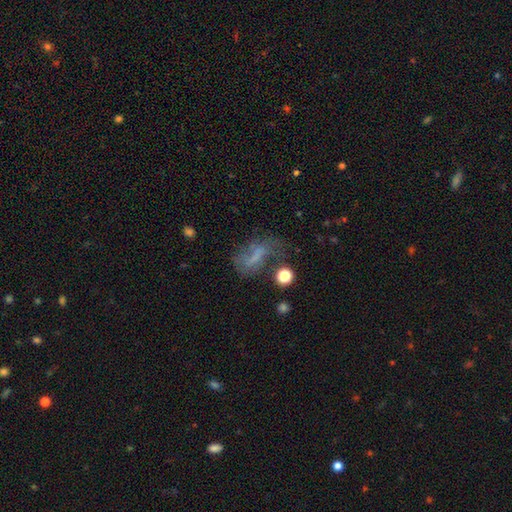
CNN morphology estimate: This is marginally a smooth galaxy (45%). Merging: marginally none (38%).